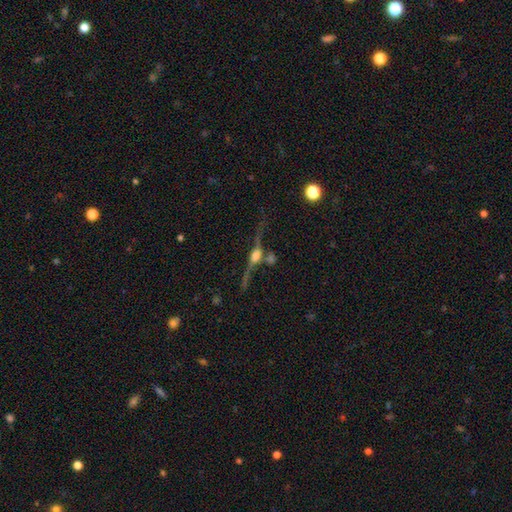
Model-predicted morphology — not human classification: The model was most divided on "merging": none: 62%, minor disturbance: 15%, merger: 14%, major disturbance: 10%. More confident: edge-on bulge — rounded (90%); edge-on disk — yes (89%); smooth or featured — featured or disk (80%).